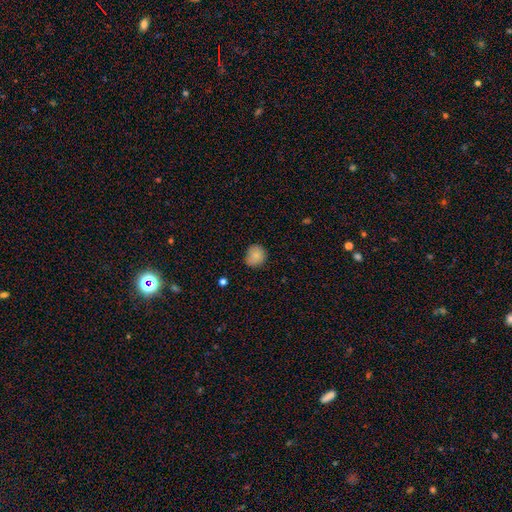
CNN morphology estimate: type=smooth (84%); roundness=round (81%); merging=none (73%).